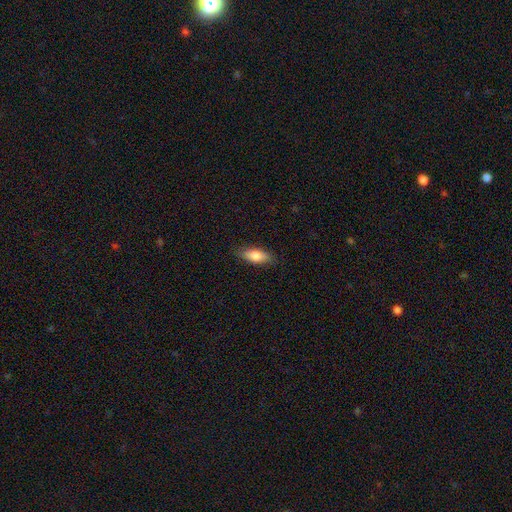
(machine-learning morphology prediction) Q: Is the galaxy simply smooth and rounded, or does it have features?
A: smooth — 79%.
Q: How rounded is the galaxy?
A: in between — 77%.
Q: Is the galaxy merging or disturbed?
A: none — 84%.